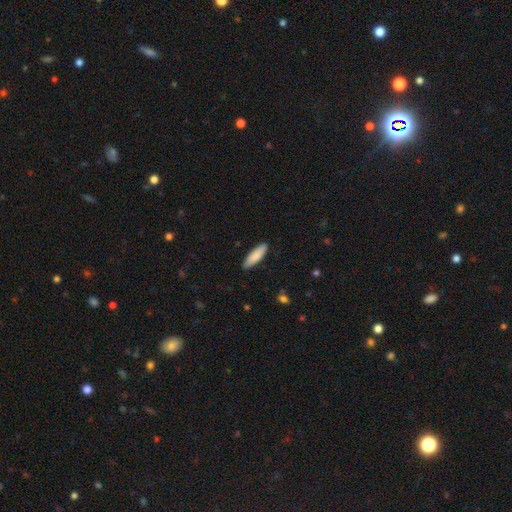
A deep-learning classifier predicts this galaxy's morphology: Overall: smooth (87%). How rounded: cigar-shaped (56%; in between 43%). Merging: none (89%).